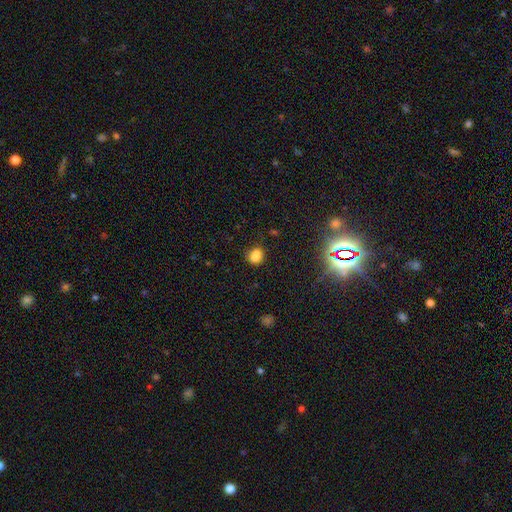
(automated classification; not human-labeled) A smooth galaxy with no disk features (78%) that is round (58%). Merging: none (62%).